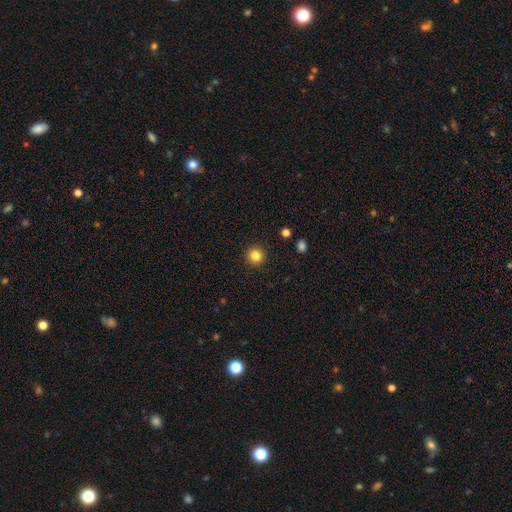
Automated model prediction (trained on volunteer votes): A smooth galaxy with no disk features (84%) that is round (93%).

Vote fractions:
- Smooth or featured? smooth: 84% / star or artifact: 11% / featured or disk: 4%
- How rounded? round: 93% / in between: 6% / cigar-shaped: 1%
- Merging? none: 92% / minor disturbance: 5% / major disturbance: 2% / merger: 1%